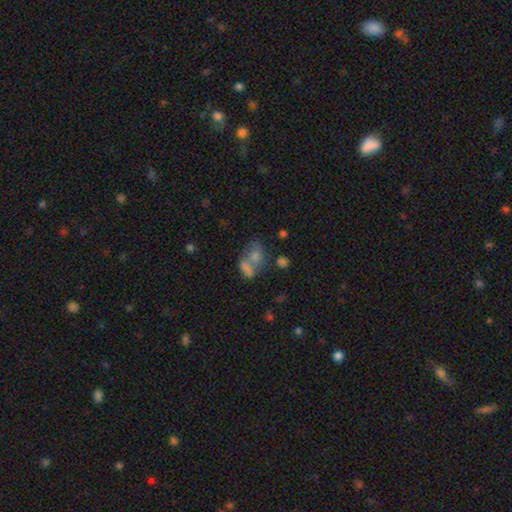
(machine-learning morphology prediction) A smooth galaxy with no disk features (68%) that is in between round and cigar-shaped (69%).

Vote fractions:
- Smooth or featured? smooth: 68% / featured or disk: 18% / star or artifact: 14%
- How rounded? in between: 69% / round: 28% / cigar-shaped: 3%
- Merging? merger: 56% / none: 25% / minor disturbance: 10% / major disturbance: 8%